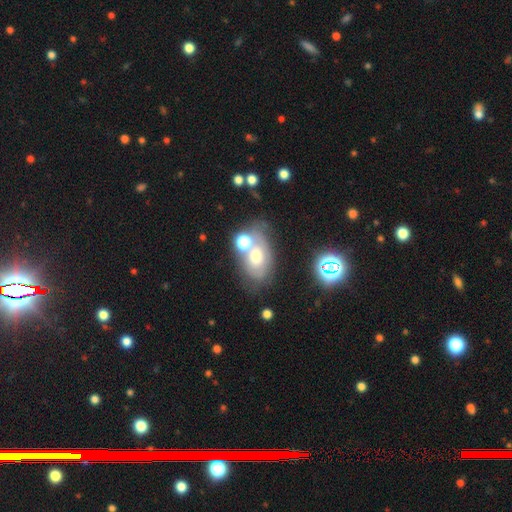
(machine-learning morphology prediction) type=smooth (43%); merging=none (49%).